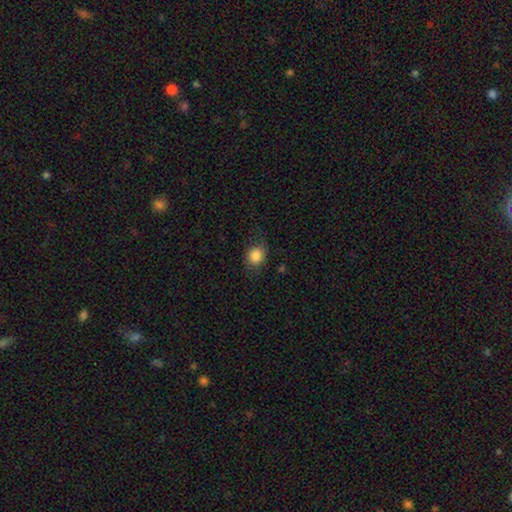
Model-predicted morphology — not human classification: Smooth or featured? Predicted: smooth (p=0.85). How rounded? Predicted: round (p=0.66). Merging? Predicted: none (p=0.74).